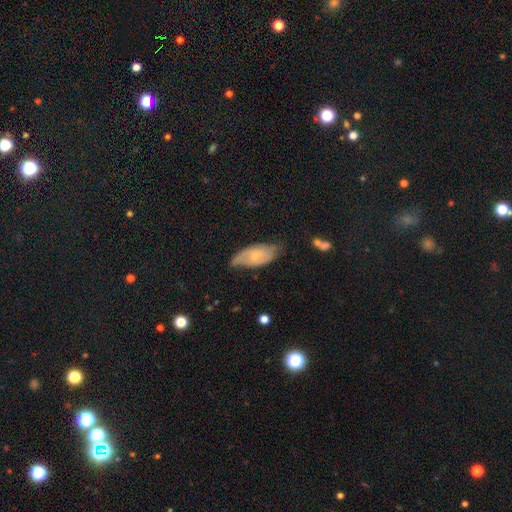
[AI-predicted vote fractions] Smooth or featured: smooth — 49% (featured or disk — 44%)
Merging: none — 54% (minor disturbance — 35%)